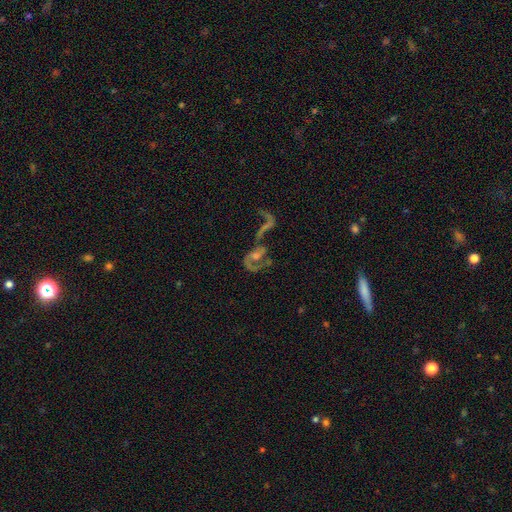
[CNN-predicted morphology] A featured or disk galaxy (71%) with no bar (68%), spiral arms (68%) and a moderate central bulge (44%). Merging: merger (41%).